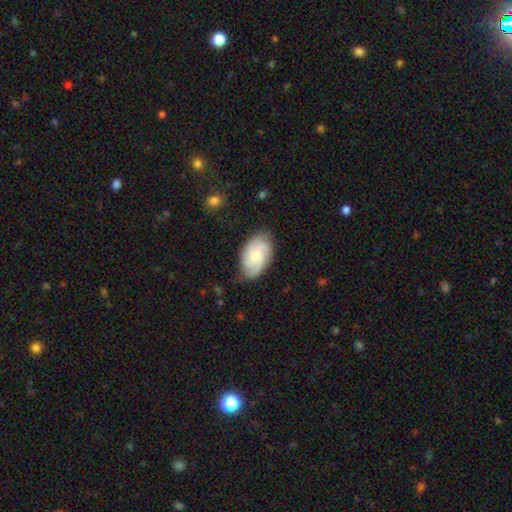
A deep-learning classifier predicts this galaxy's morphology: This is likely a featured or disk galaxy (63%). It is clearly not viewed edge-on (96%). Bar: likely no (72%). Spiral arm pattern: clearly yes (94%). Spiral arm count: marginally 3 (35%). Spiral winding: possibly tight (46%). Central bulge: likely small (60%). Merging: likely none (74%).